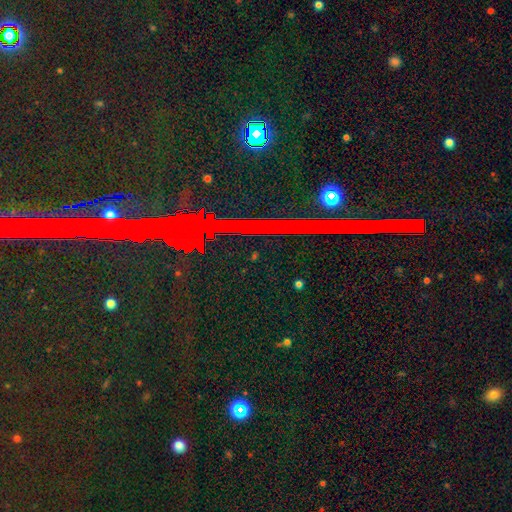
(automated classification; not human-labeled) Q: Smooth or featured?
A: star or artifact (84%); runner-up: featured or disk (9%)